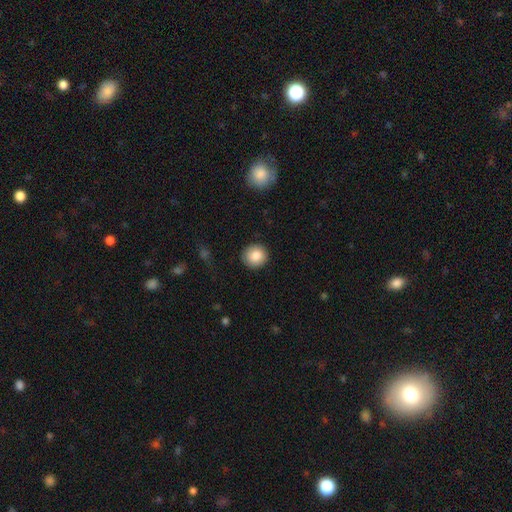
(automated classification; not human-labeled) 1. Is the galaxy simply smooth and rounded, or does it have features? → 87% smooth, 8% star or artifact, 5% featured or disk.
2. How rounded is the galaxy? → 91% round, 8% in between, 1% cigar-shaped.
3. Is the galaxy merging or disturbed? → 89% none, 7% minor disturbance, 2% major disturbance, 1% merger.